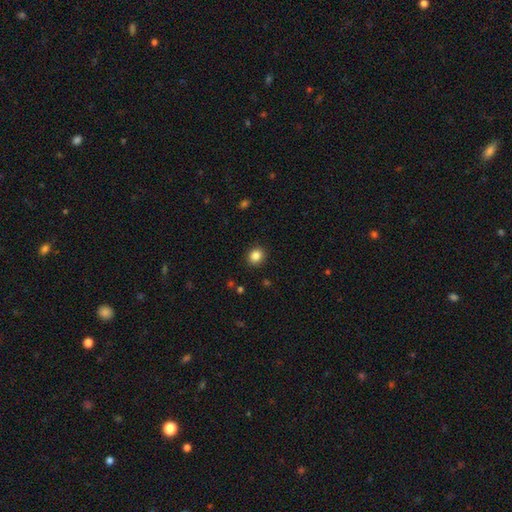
This is clearly a smooth galaxy (80%). How rounded: clearly round (88%). Merging: likely none (75%).